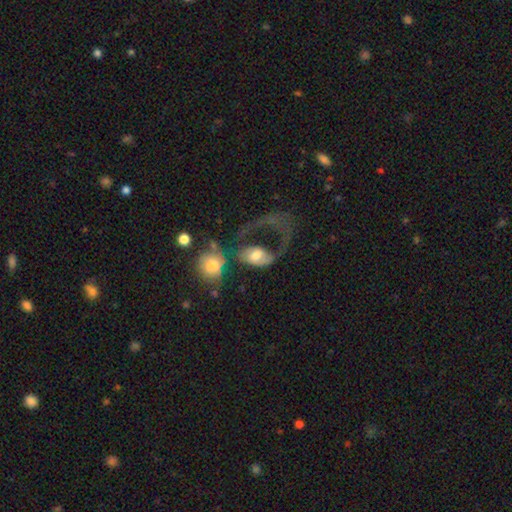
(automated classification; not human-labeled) Overall: smooth (48%; featured or disk 44%). Merging: major disturbance (52%; merger 28%).